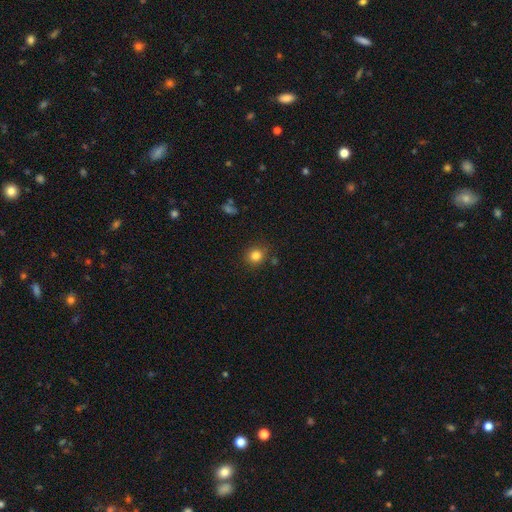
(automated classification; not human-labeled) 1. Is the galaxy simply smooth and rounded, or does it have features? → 83% smooth, 12% star or artifact, 5% featured or disk.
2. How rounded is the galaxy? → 83% round, 16% in between, 1% cigar-shaped.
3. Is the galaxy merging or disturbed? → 82% none, 12% minor disturbance, 3% major disturbance, 3% merger.